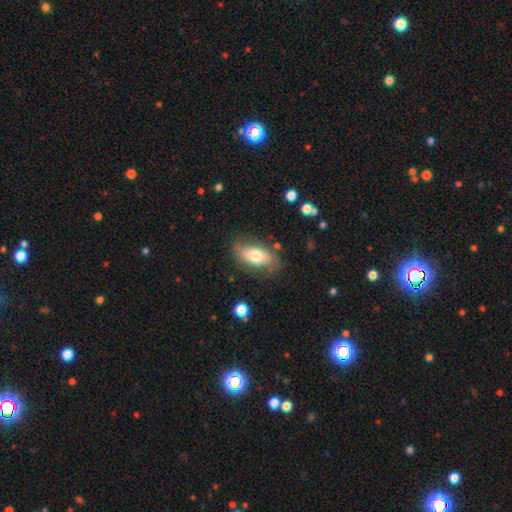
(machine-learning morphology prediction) A smooth galaxy with no disk features (64%) that is in between round and cigar-shaped (88%).

Vote fractions:
- Smooth or featured? smooth: 64% / featured or disk: 29% / star or artifact: 7%
- How rounded? in between: 88% / cigar-shaped: 7% / round: 5%
- Merging? none: 75% / minor disturbance: 18% / major disturbance: 5% / merger: 2%